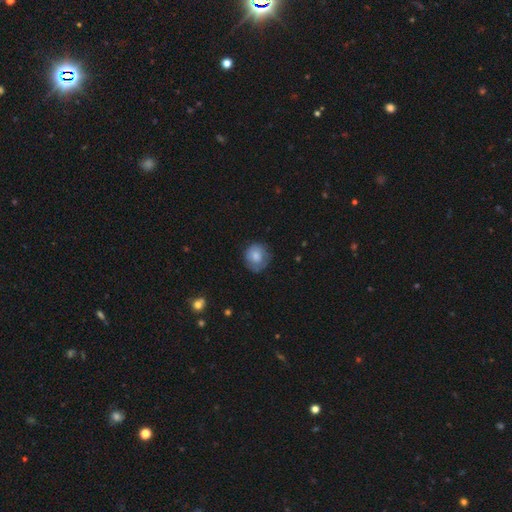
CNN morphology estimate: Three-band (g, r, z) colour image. It shows a smooth galaxy with no disk features (72%) that is round (81%). Merging: none (68%).